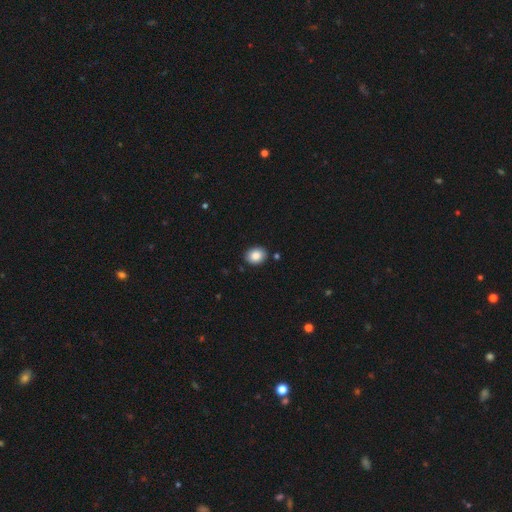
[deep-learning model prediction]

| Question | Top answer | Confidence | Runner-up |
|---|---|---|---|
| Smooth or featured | smooth | 86% | star or artifact (8%) |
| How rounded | round | 50% | tied: in between (50%) |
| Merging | none | 88% | minor disturbance (8%) |